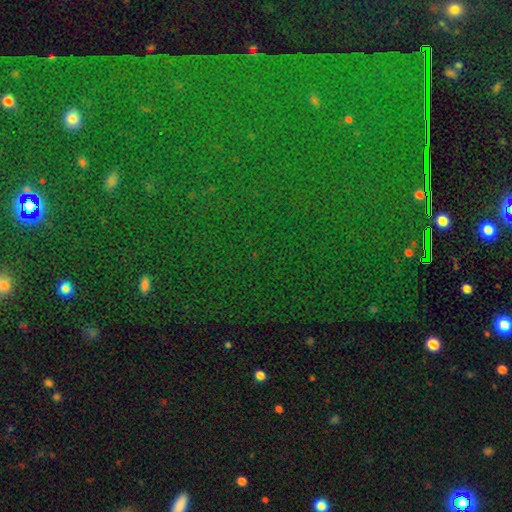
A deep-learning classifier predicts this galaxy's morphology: This is clearly a star or artifact rather than a galaxy (83%).